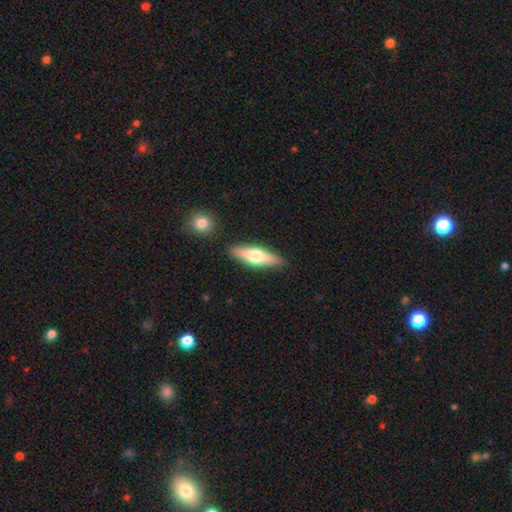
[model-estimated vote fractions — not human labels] Q: Smooth or featured?
A: smooth (53%); runner-up: featured or disk (42%)
Q: How rounded?
A: cigar-shaped (58%); runner-up: in between (39%)
Q: Merging?
A: none (86%); runner-up: minor disturbance (10%)